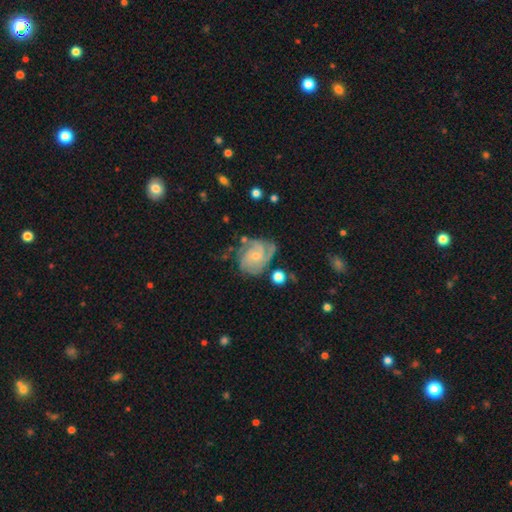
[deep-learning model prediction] Smooth or featured?
  - featured or disk: 83% *
  - smooth: 11%
  - star or artifact: 6%
Edge-on disk?
  - no: 98% *
  - yes: 2%
Bar?
  - no: 71% *
  - weak: 25%
  - strong: 4%
Spiral arms?
  - yes: 96% *
  - no: 4%
Spiral winding?
  - tight: 58% *
  - medium: 34%
  - loose: 8%
Spiral arm count?
  - 3: 35% *
  - can't tell: 22%
  - 2: 17%
  - 4: 16%
  - 1: 5%
  - more than 4: 5%
Bulge size?
  - small: 69% *
  - moderate: 26%
  - none: 3%
  - large: 1%
  - dominant: 1%
Merging?
  - none: 61% *
  - minor disturbance: 24%
  - major disturbance: 11%
  - merger: 4%